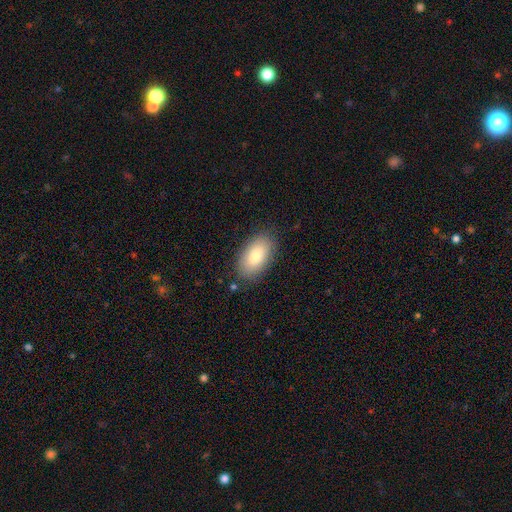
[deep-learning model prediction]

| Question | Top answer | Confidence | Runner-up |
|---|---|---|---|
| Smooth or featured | smooth | 80% | featured or disk (13%) |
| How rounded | in between | 94% | round (4%) |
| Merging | none | 85% | minor disturbance (11%) |